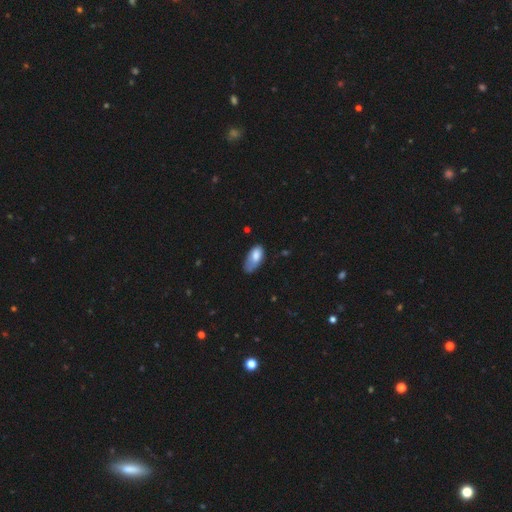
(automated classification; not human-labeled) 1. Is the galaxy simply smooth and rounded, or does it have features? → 76% smooth, 16% featured or disk, 7% star or artifact.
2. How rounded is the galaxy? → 92% in between, 5% cigar-shaped, 3% round.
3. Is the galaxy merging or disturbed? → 43% minor disturbance, 33% none, 21% major disturbance, 4% merger.